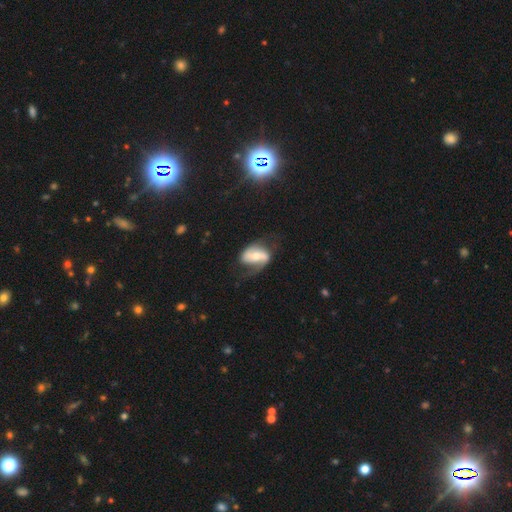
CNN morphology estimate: Overall: featured or disk (71%). Edge-on disk: no (95%). Bar: no (35%; strong 34%). Spiral arms: yes (86%). Spiral arm count: 2 (84%). Spiral winding: loose (52%; medium 34%). Bulge size: moderate (56%; small 36%). Merging: none (56%; minor disturbance 23%).